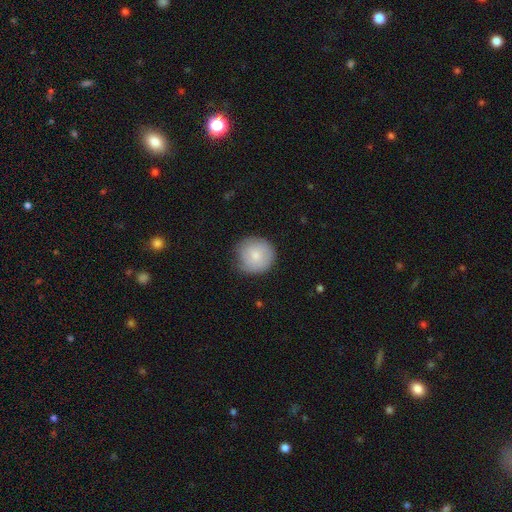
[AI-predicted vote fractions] Smooth or featured?
  - smooth: 77% *
  - featured or disk: 17%
  - star or artifact: 6%
How rounded?
  - round: 93% *
  - in between: 6%
  - cigar-shaped: 1%
Merging?
  - none: 73% *
  - minor disturbance: 21%
  - major disturbance: 4%
  - merger: 1%